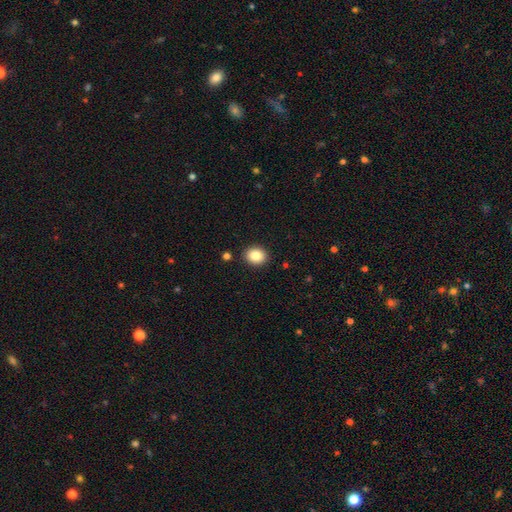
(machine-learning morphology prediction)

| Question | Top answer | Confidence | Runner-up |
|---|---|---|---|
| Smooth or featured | smooth | 86% | star or artifact (9%) |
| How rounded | round | 63% | in between (36%) |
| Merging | none | 90% | minor disturbance (7%) |